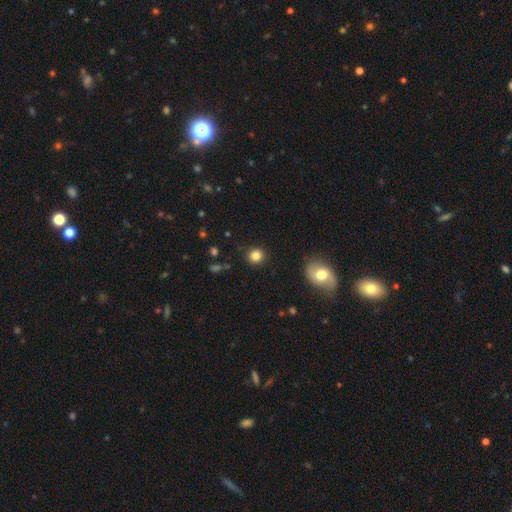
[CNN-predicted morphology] This is clearly a smooth galaxy (83%). How rounded: clearly round (88%). Merging: clearly none (90%).